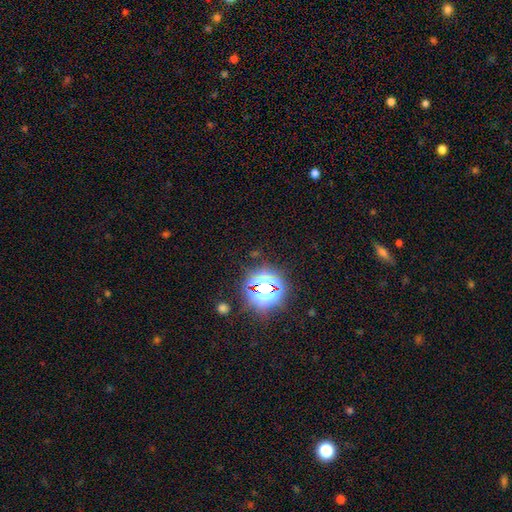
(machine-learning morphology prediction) star or artifact 74%, smooth 17%, featured or disk 9%.